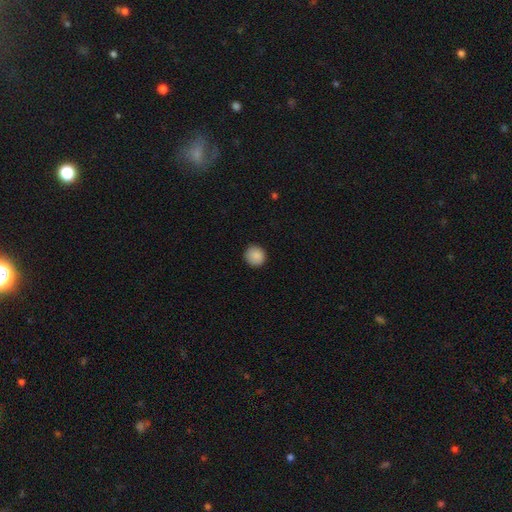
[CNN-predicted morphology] smooth 88%, star or artifact 8%, featured or disk 3%. Down the decision tree: how rounded — round (91%); merging — none (89%).